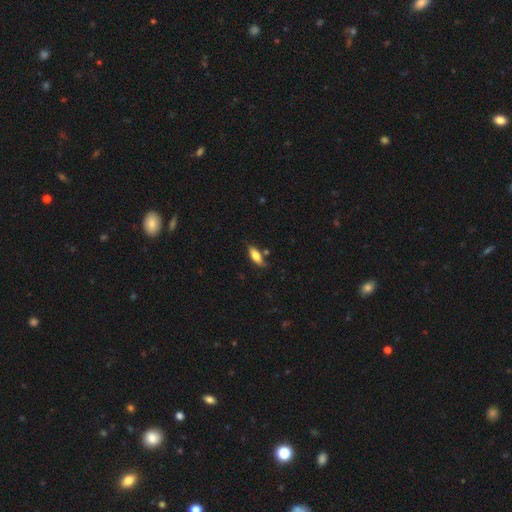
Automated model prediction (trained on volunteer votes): Smooth or featured: smooth — 74% (featured or disk — 20%)
How rounded: in between — 69% (cigar-shaped — 28%)
Merging: none — 68% (minor disturbance — 20%)